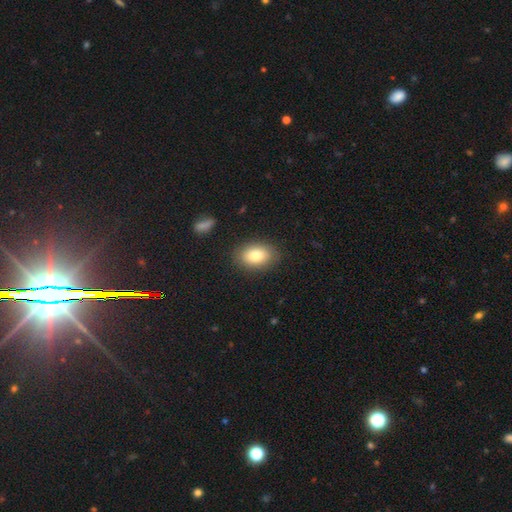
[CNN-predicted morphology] smooth-or-featured: smooth: 82% | featured or disk: 11% | star or artifact: 7%
  how-rounded: in between: 86% | round: 12% | cigar-shaped: 1%
  merging: none: 85% | minor disturbance: 11% | major disturbance: 3% | merger: 1%